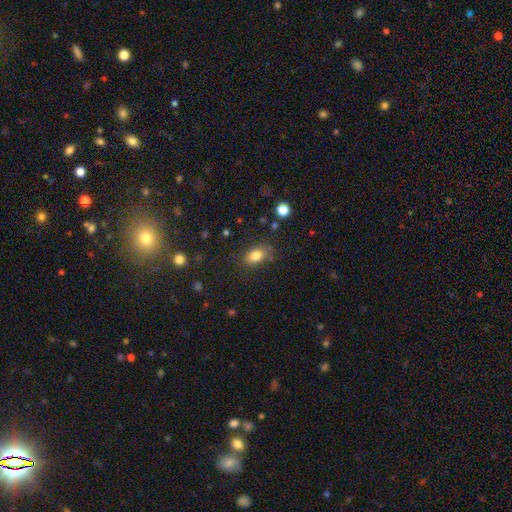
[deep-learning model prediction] Smooth or featured?
  - smooth: 80% *
  - featured or disk: 10%
  - star or artifact: 10%
How rounded?
  - in between: 82% *
  - round: 15%
  - cigar-shaped: 3%
Merging?
  - none: 77% *
  - minor disturbance: 16%
  - major disturbance: 4%
  - merger: 2%